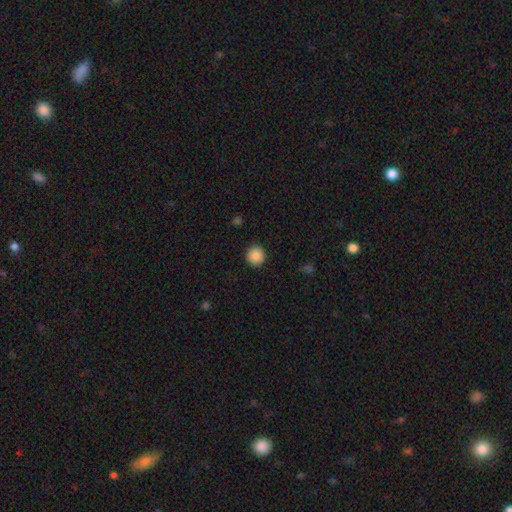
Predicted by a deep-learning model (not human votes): Smooth or featured: smooth — 88% (star or artifact — 9%)
How rounded: round — 93% (in between — 6%)
Merging: none — 91% (minor disturbance — 6%)